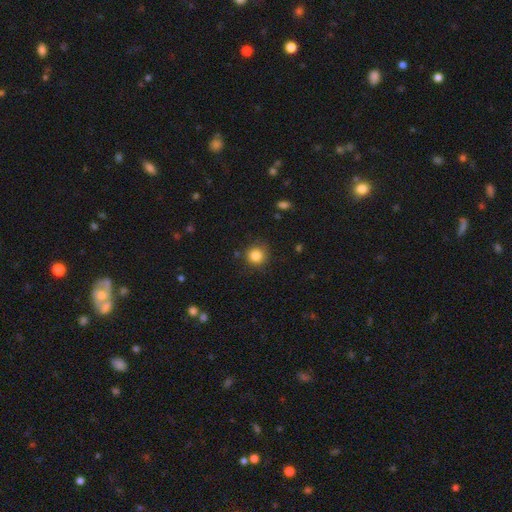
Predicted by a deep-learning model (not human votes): The model was most divided on "smooth or featured": smooth: 84%, star or artifact: 11%, featured or disk: 5%. More confident: how rounded — round (93%); merging — none (86%).